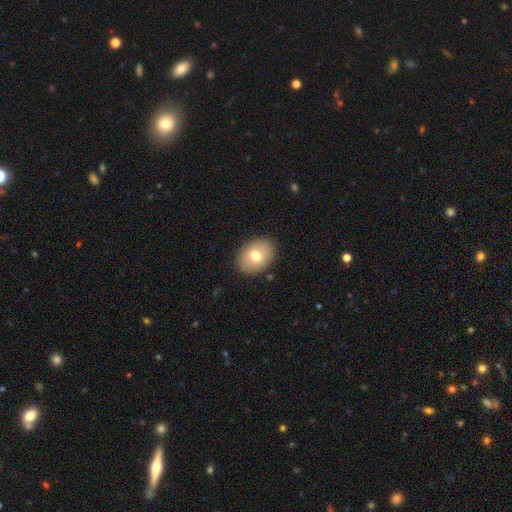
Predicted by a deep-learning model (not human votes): A smooth galaxy with no disk features (73%) that is in between round and cigar-shaped (68%). Merging: none (88%).